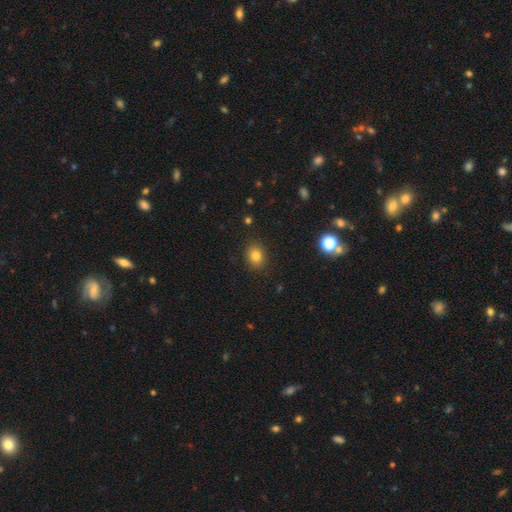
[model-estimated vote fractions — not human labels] A smooth galaxy with no disk features (82%) that is round (52%).

Vote fractions:
- Smooth or featured? smooth: 82% / star or artifact: 12% / featured or disk: 6%
- How rounded? round: 52% / in between: 47% / cigar-shaped: 1%
- Merging? none: 88% / minor disturbance: 8% / major disturbance: 2% / merger: 1%